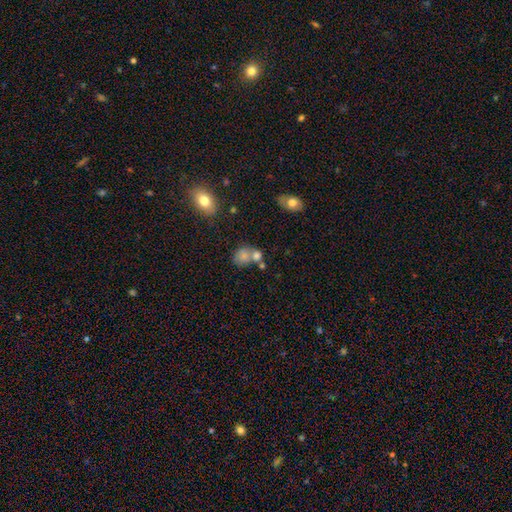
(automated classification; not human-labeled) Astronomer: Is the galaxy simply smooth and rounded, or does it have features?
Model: smooth — 73%.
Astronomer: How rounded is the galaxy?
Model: round — 57% (runner-up: in between, 41%).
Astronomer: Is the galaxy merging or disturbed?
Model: merger — 45% (runner-up: none, 38%).